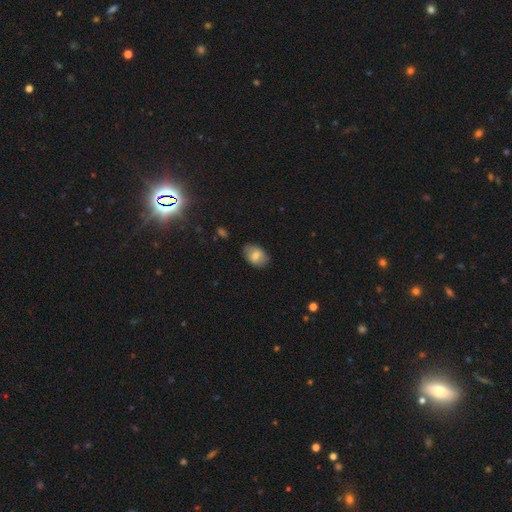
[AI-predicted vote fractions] smooth-or-featured: smooth: 71% | featured or disk: 21% | star or artifact: 8%
  how-rounded: in between: 83% | round: 16% | cigar-shaped: 1%
  merging: none: 81% | minor disturbance: 15% | major disturbance: 3% | merger: 1%